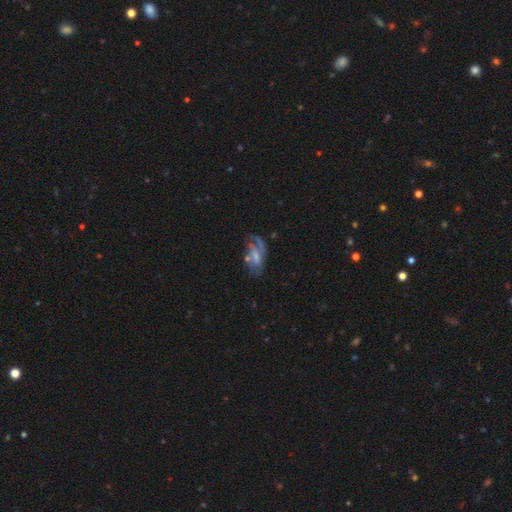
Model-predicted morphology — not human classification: This is likely a featured or disk galaxy (66%). It is clearly not viewed edge-on (93%). Bar: marginally weak (42%). Spiral arm pattern: likely yes (79%). Central bulge: possibly small (46%). Merging: possibly none (46%).